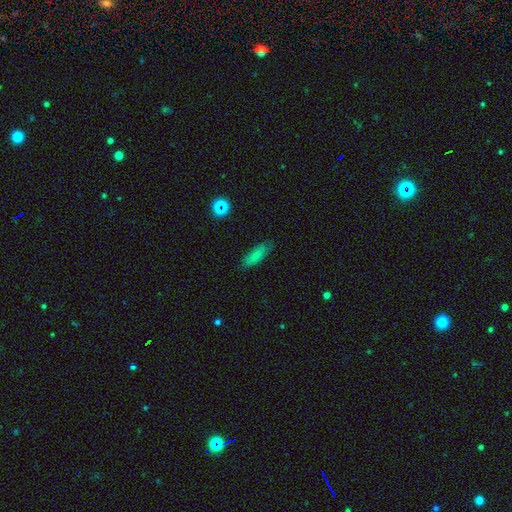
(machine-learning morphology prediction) A smooth galaxy with no disk features (80%) that is in between round and cigar-shaped (62%).

Vote fractions:
- Smooth or featured? smooth: 80% / featured or disk: 11% / star or artifact: 10%
- How rounded? in between: 62% / cigar-shaped: 35% / round: 2%
- Merging? none: 76% / minor disturbance: 18% / major disturbance: 4% / merger: 2%